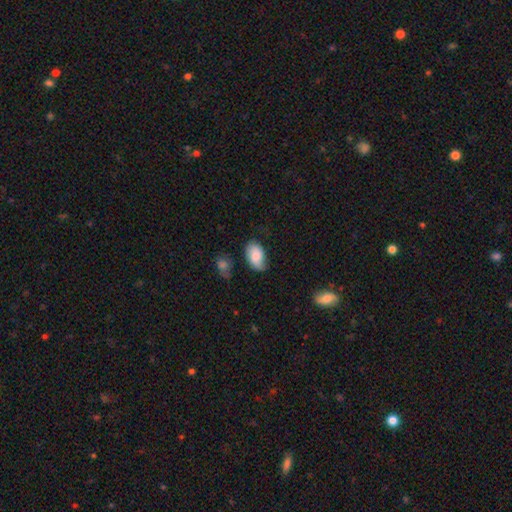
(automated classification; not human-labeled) A smooth galaxy with no disk features (78%) that is in between round and cigar-shaped (93%).

Vote fractions:
- Smooth or featured? smooth: 78% / featured or disk: 15% / star or artifact: 7%
- How rounded? in between: 93% / round: 6% / cigar-shaped: 1%
- Merging? none: 60% / minor disturbance: 30% / major disturbance: 7% / merger: 3%